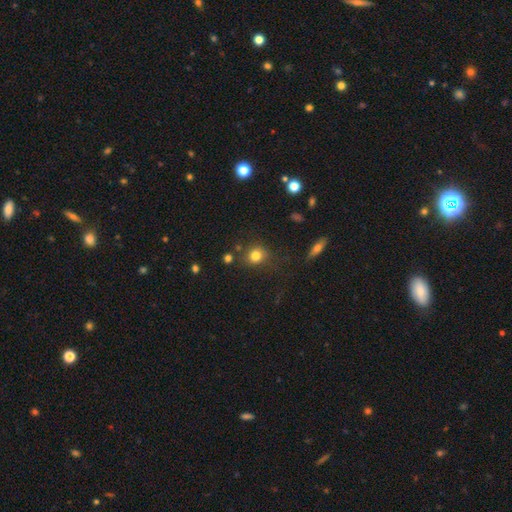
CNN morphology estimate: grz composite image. It shows a smooth galaxy with no disk features (80%) that is round (81%). Merging: none (77%).